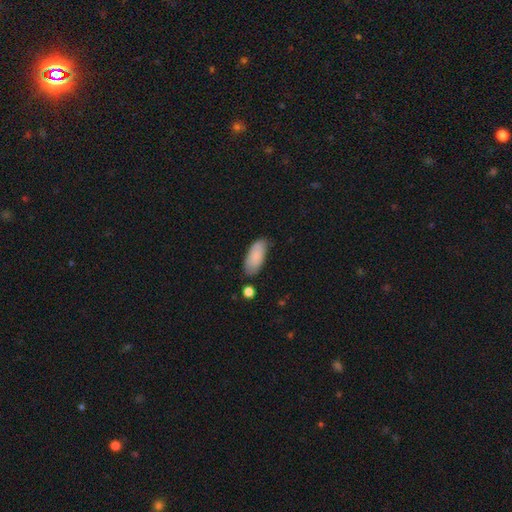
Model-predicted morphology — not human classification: Q: Smooth or featured?
A: smooth (85%); runner-up: featured or disk (8%)
Q: How rounded?
A: in between (85%); runner-up: cigar-shaped (13%)
Q: Merging?
A: none (72%); runner-up: minor disturbance (21%)